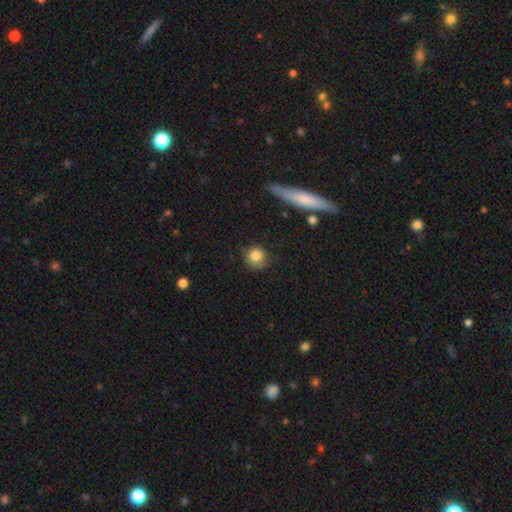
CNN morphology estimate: Smooth or featured?
  - smooth: 83% *
  - star or artifact: 9%
  - featured or disk: 8%
How rounded?
  - round: 87% *
  - in between: 11%
  - cigar-shaped: 1%
Merging?
  - none: 69% *
  - minor disturbance: 22%
  - major disturbance: 7%
  - merger: 3%